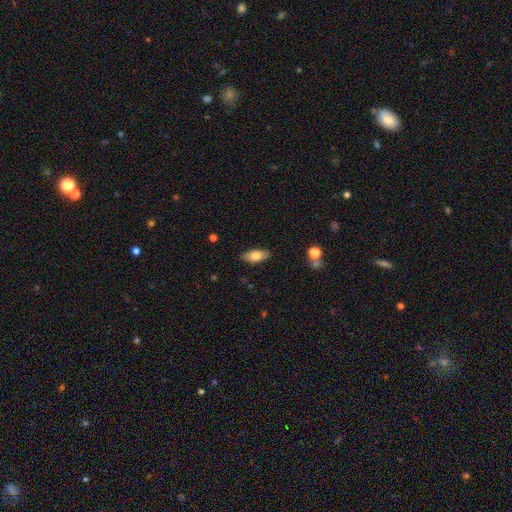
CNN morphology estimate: Smooth or featured? smooth (77%)
How rounded? in between (87%)
Merging? none (85%)